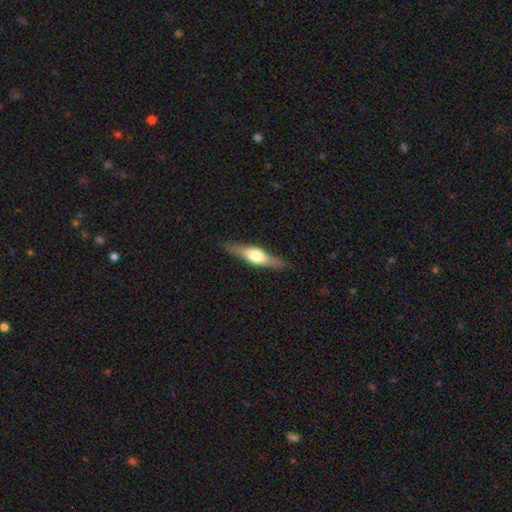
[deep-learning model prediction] A featured or disk galaxy (64%) viewed edge-on (95%) with a rounded central bulge (91%).

Vote fractions:
- Smooth or featured? featured or disk: 64% / smooth: 31% / star or artifact: 6%
- Edge-on disk? yes: 95% / no: 5%
- Edge-on bulge? rounded: 91% / boxy: 7% / none: 2%
- Merging? none: 87% / minor disturbance: 10% / major disturbance: 2% / merger: 1%